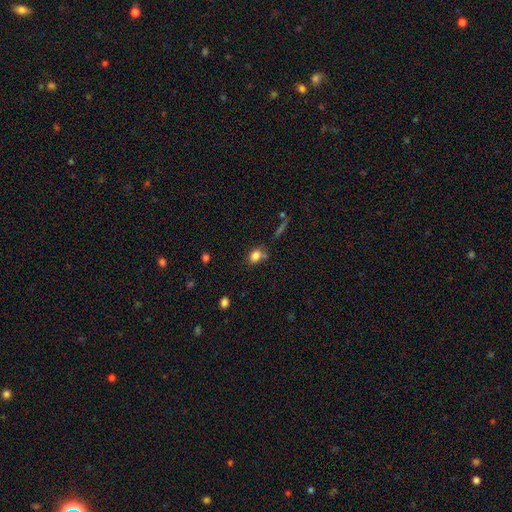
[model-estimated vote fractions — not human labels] Q: Smooth or featured?
A: smooth (81%); runner-up: star or artifact (11%)
Q: How rounded?
A: in between (64%); runner-up: round (34%)
Q: Merging?
A: none (63%); runner-up: minor disturbance (17%)